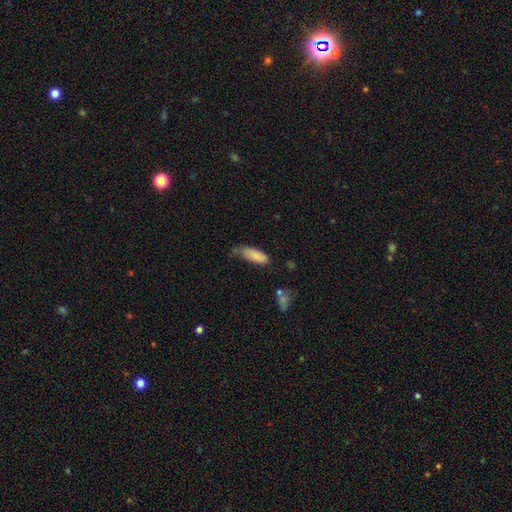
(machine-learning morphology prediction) smooth 84%, featured or disk 9%, star or artifact 7%. Down the decision tree: how rounded — in between (66%); merging — none (43%).